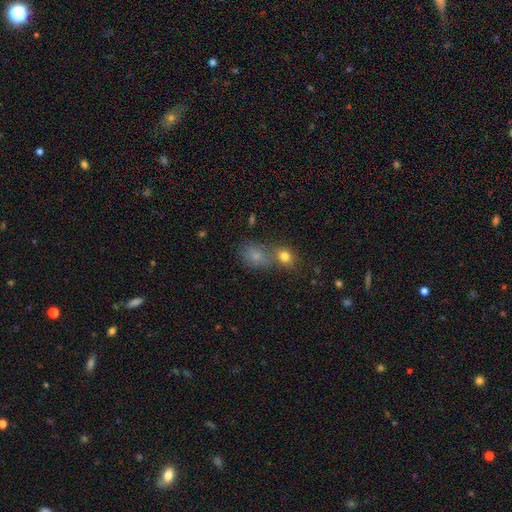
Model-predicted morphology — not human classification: smooth-or-featured: smooth: 76% | star or artifact: 14% | featured or disk: 10%
  how-rounded: in between: 53% | round: 45% | cigar-shaped: 2%
  merging: merger: 49% | none: 37% | minor disturbance: 10% | major disturbance: 4%